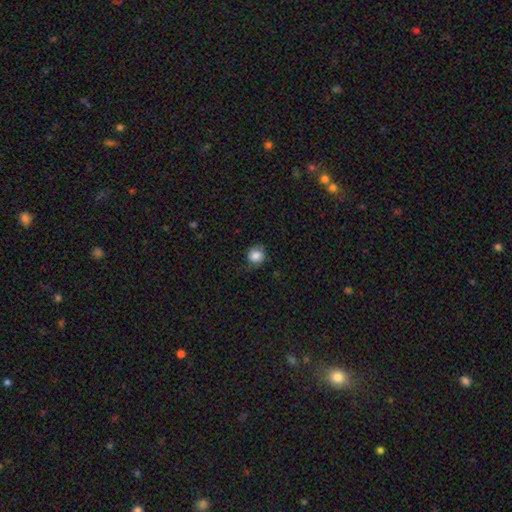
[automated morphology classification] Overall: smooth (82%). How rounded: round (82%). Merging: none (70%).